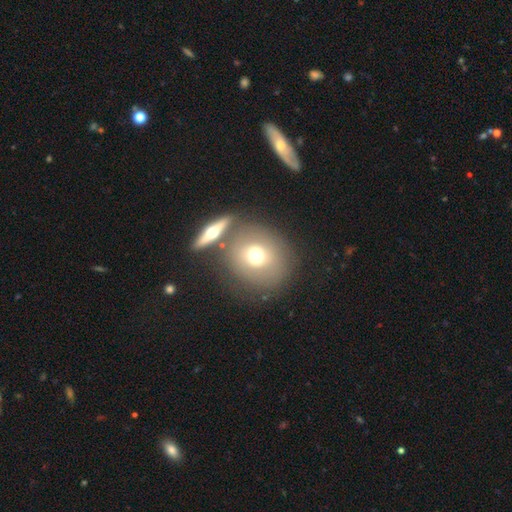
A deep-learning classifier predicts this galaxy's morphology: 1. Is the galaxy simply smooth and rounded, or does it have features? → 63% smooth, 27% featured or disk, 10% star or artifact.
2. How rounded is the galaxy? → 78% round, 20% in between, 2% cigar-shaped.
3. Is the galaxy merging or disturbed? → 61% none, 21% merger, 12% minor disturbance, 6% major disturbance.